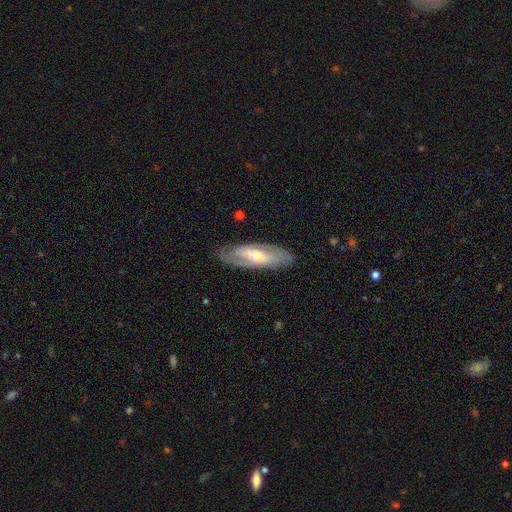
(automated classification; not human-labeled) Smooth or featured? featured or disk (69%)
Edge-on disk? no (80%)
Bar? no (39%)
Spiral arms? yes (77%)
Bulge size? moderate (52%)
Merging? none (79%)